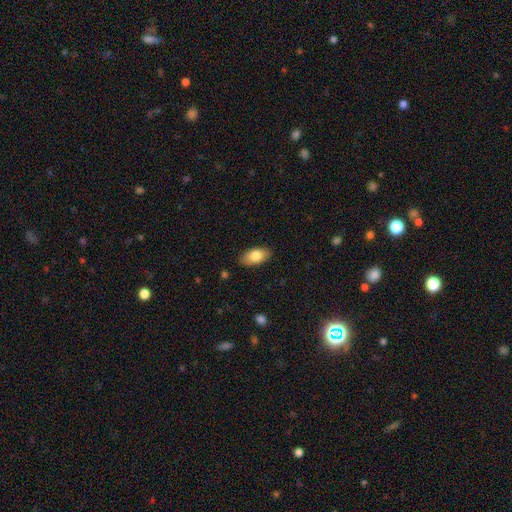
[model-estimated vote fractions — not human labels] Overall: smooth (81%). How rounded: in between (93%). Merging: none (87%).